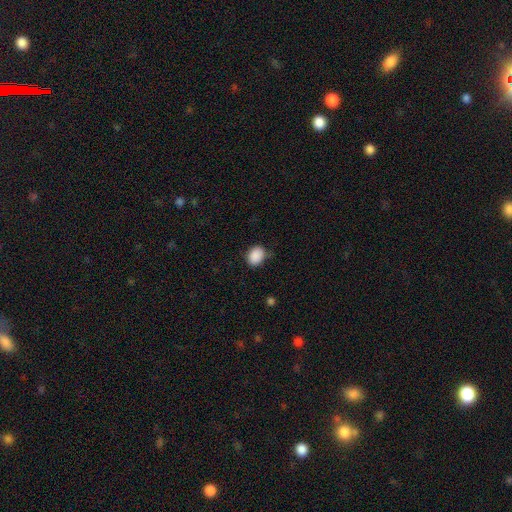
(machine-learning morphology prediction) A smooth galaxy with no disk features (89%) that is in between round and cigar-shaped (60%). Merging: none (78%).